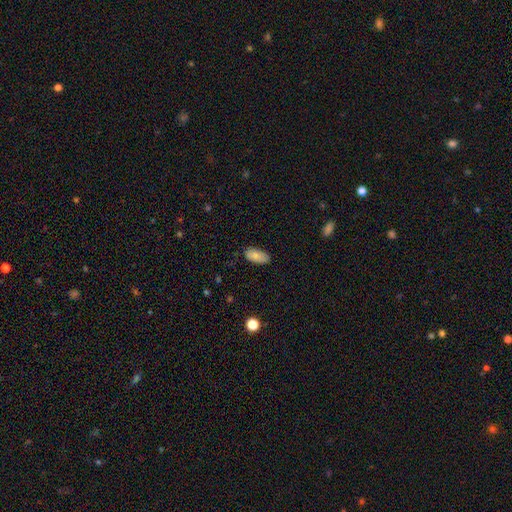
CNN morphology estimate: A smooth galaxy with no disk features (81%) that is in between round and cigar-shaped (93%). Merging: none (79%).